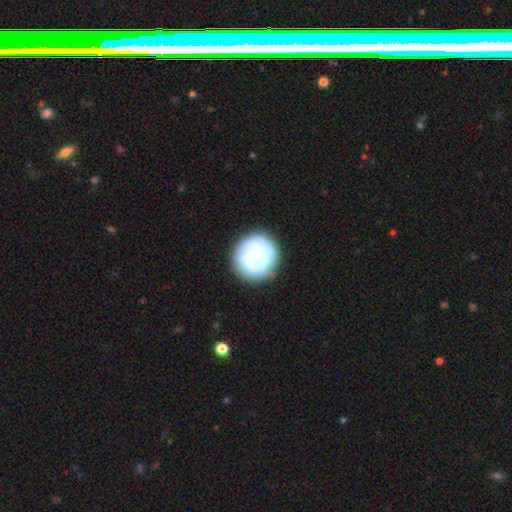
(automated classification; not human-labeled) Q: Smooth or featured?
A: featured or disk (63%); runner-up: smooth (31%)
Q: Edge-on disk?
A: no (98%); runner-up: yes (2%)
Q: Bar?
A: no (78%); runner-up: weak (18%)
Q: Spiral arms?
A: yes (70%); runner-up: no (30%)
Q: Bulge size?
A: moderate (55%); runner-up: small (36%)
Q: Merging?
A: none (77%); runner-up: minor disturbance (15%)